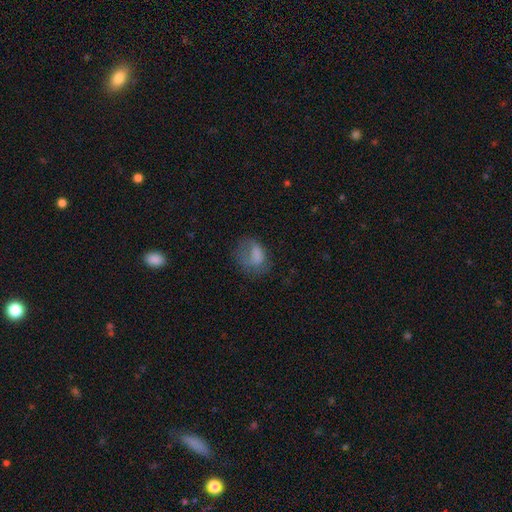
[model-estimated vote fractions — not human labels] The model was most divided on "merging": major disturbance: 36%, none: 35%, minor disturbance: 26%, merger: 2%. More confident: smooth or featured — smooth (70%); how rounded — in between (67%).